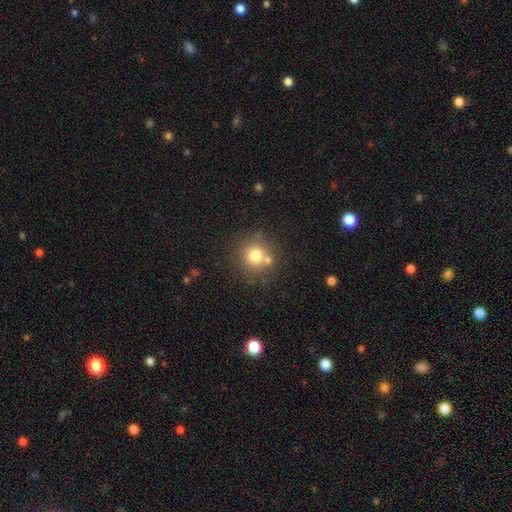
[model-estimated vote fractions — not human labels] Overall: smooth (75%). How rounded: round (92%). Merging: none (72%).